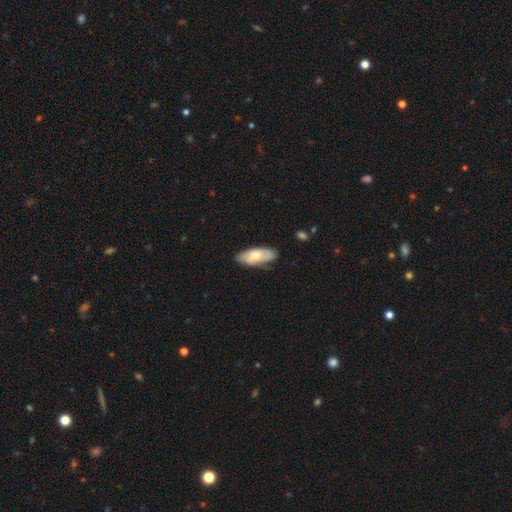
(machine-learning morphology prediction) This is likely a smooth galaxy (65%). How rounded: likely in between (79%). Merging: likely none (75%).